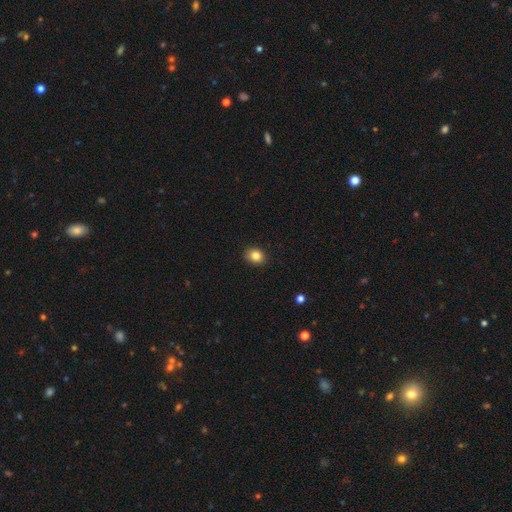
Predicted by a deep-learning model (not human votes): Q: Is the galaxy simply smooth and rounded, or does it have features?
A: smooth — 85%.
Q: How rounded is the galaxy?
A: in between — 50%.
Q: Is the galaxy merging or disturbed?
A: none — 90%.